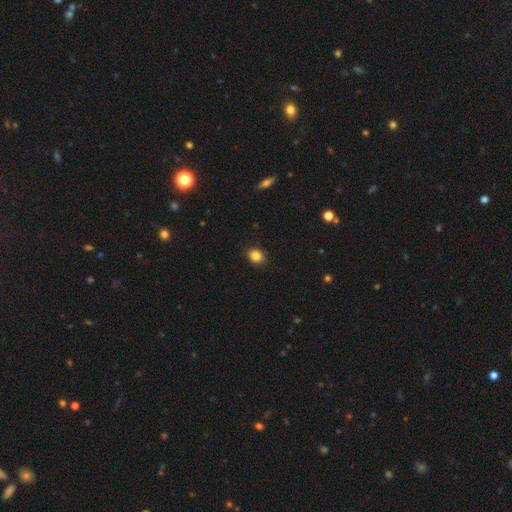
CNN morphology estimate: A smooth galaxy with no disk features (86%) that is round (72%). Merging: none (90%).